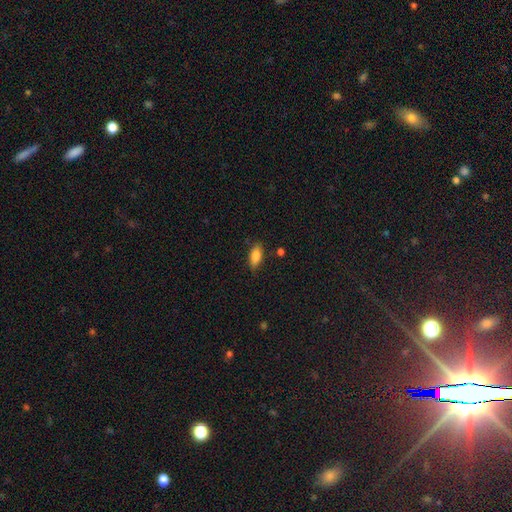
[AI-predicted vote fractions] Smooth or featured?
  - smooth: 82% *
  - featured or disk: 10%
  - star or artifact: 8%
How rounded?
  - in between: 80% *
  - cigar-shaped: 17%
  - round: 3%
Merging?
  - none: 81% *
  - minor disturbance: 15%
  - major disturbance: 3%
  - merger: 2%